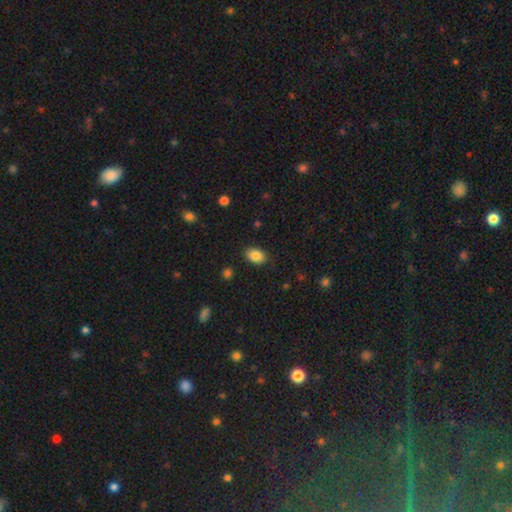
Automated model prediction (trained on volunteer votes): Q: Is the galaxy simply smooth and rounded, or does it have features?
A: smooth — 87%.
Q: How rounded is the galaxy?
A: in between — 83%.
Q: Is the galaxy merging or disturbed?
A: none — 87%.